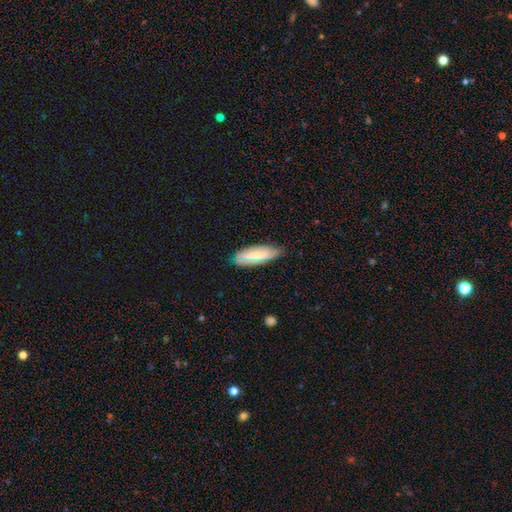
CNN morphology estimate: This appears to be a smooth galaxy with no disk features (59%) that is in between round and cigar-shaped (64%). Merging: none (80%).